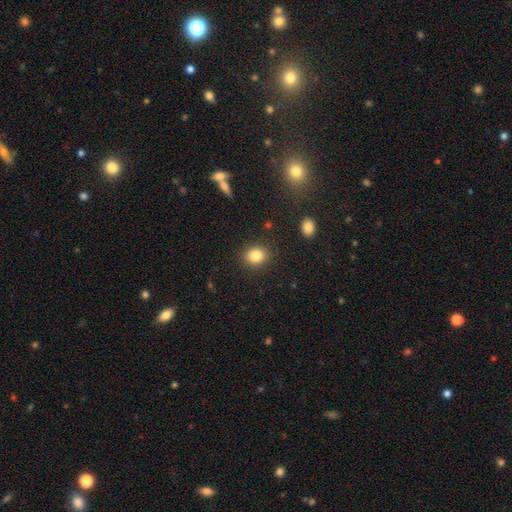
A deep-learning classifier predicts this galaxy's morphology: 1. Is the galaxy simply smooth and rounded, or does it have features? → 84% smooth, 10% star or artifact, 6% featured or disk.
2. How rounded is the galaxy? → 65% round, 34% in between, 1% cigar-shaped.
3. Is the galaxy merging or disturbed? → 89% none, 7% minor disturbance, 2% major disturbance, 1% merger.